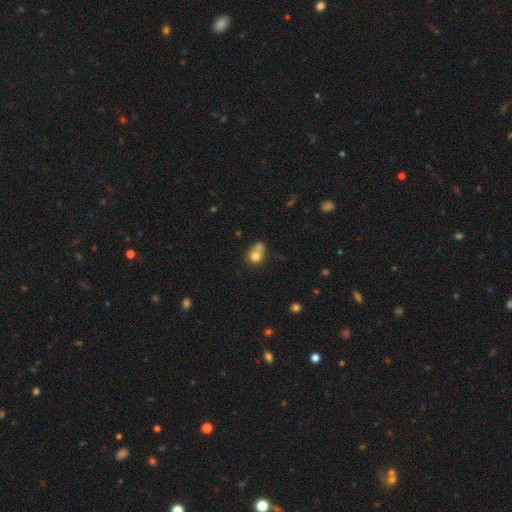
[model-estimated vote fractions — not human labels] Smooth or featured? Predicted: smooth (p=0.75). How rounded? Predicted: round (p=0.74). Merging? Predicted: merger (p=0.52).